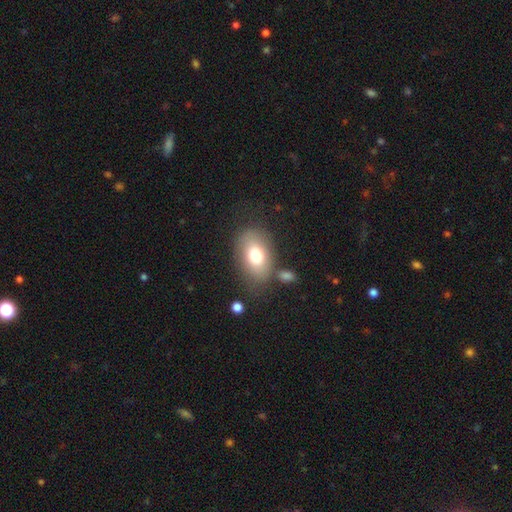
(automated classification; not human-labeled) Smooth or featured?
  - smooth: 73% *
  - featured or disk: 18%
  - star or artifact: 9%
How rounded?
  - in between: 83% *
  - round: 16%
  - cigar-shaped: 1%
Merging?
  - none: 71% *
  - minor disturbance: 16%
  - major disturbance: 7%
  - merger: 7%